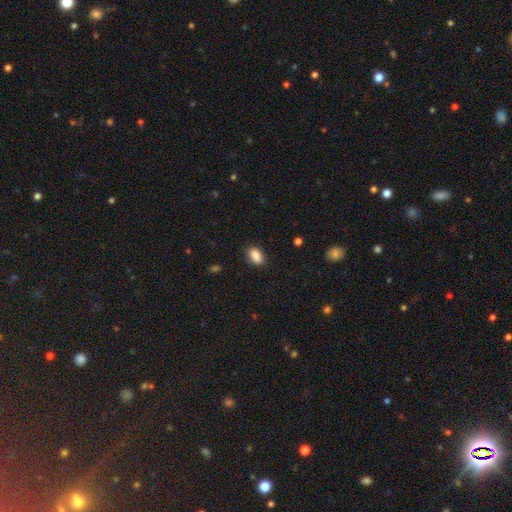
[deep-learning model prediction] A smooth galaxy with no disk features (88%) that is in between round and cigar-shaped (87%). Merging: none (84%).